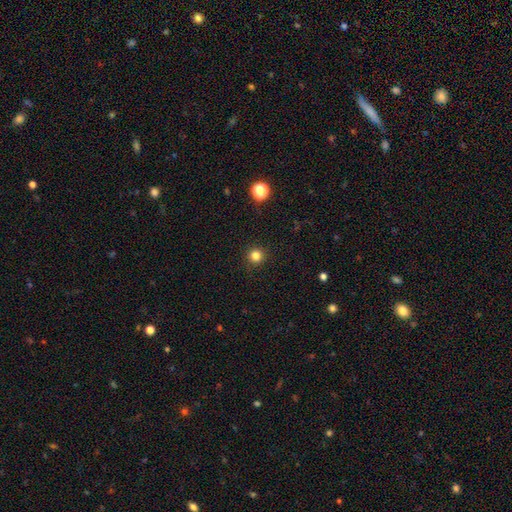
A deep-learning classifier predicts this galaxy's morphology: smooth 82%, star or artifact 14%, featured or disk 4%. Down the decision tree: how rounded — round (95%); merging — none (92%).